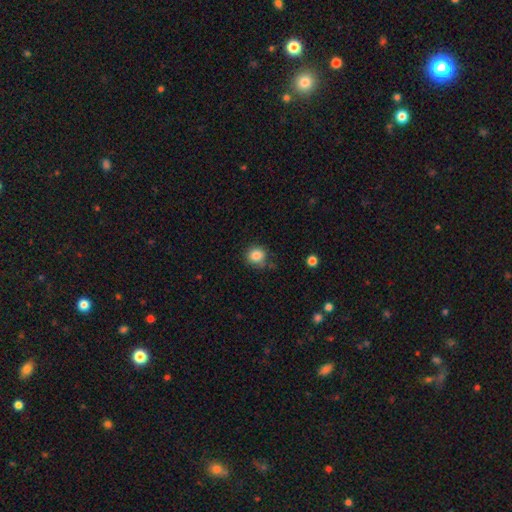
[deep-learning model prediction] Overall: smooth (84%). How rounded: round (89%). Merging: none (77%).